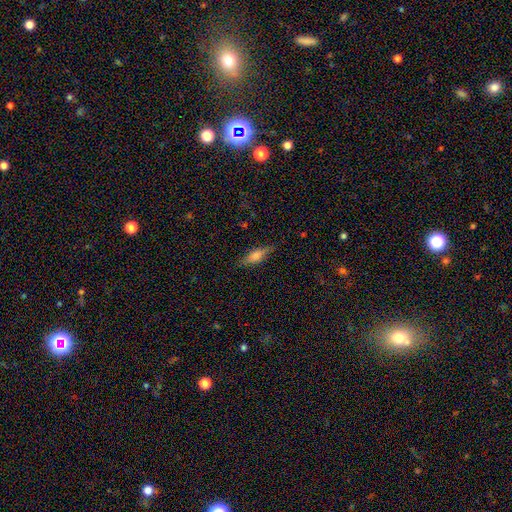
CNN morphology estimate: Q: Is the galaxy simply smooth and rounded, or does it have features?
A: smooth — 50%.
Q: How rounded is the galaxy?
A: cigar-shaped — 56%.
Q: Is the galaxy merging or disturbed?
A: none — 85%.